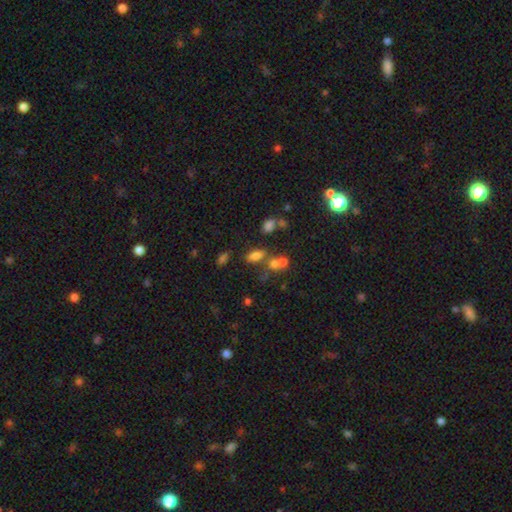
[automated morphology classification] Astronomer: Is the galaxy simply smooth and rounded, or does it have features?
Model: smooth — 70%.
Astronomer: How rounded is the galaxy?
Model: in between — 81%.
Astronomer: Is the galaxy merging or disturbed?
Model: none — 52%.